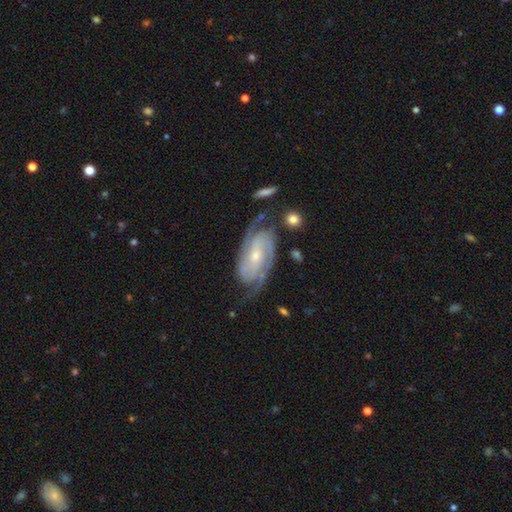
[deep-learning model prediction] The model was most divided on "bar": no: 46%, weak: 36%, strong: 18%. More confident: spiral arms — yes (98%); edge-on disk — no (97%); smooth or featured — featured or disk (91%); spiral arm count — 2 (79%); merging — none (73%); bulge size — small (58%); spiral winding — tight (58%).